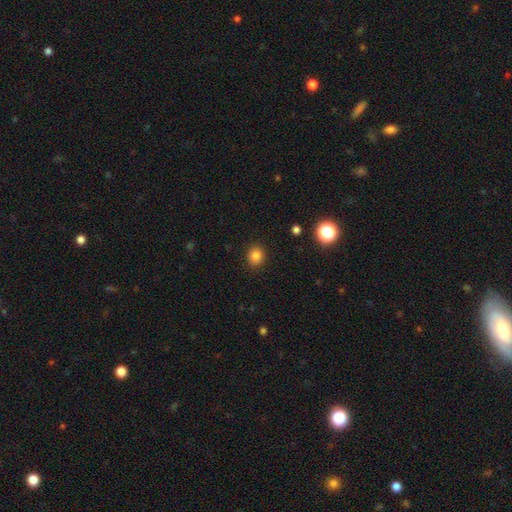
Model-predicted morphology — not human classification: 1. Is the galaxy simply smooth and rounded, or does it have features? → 83% smooth, 12% star or artifact, 5% featured or disk.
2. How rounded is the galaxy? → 81% round, 18% in between, 1% cigar-shaped.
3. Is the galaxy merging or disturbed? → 91% none, 6% minor disturbance, 2% major disturbance, 1% merger.